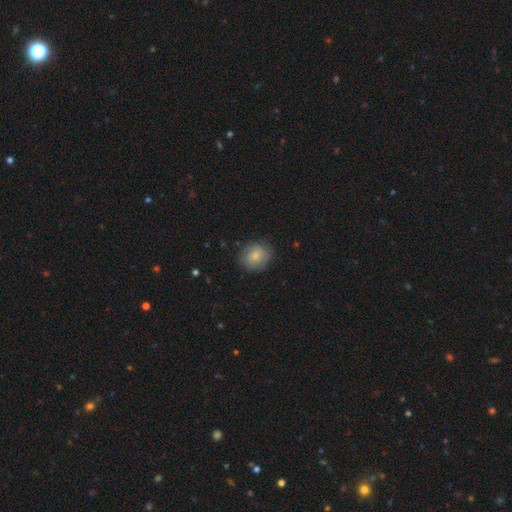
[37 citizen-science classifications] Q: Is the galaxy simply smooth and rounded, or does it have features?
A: smooth — 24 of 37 (65%).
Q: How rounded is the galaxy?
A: round — 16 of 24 (67%).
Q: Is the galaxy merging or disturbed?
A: none — 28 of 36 (78%).